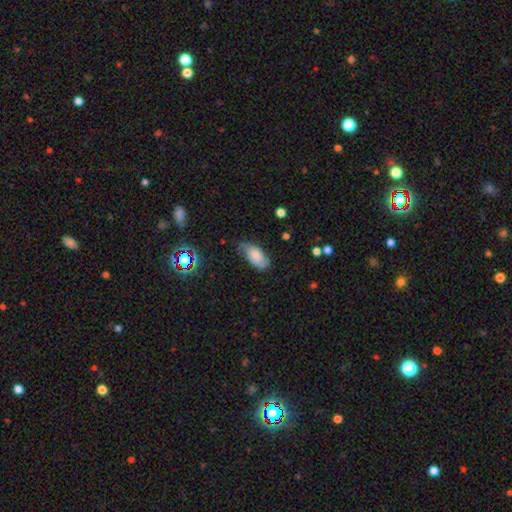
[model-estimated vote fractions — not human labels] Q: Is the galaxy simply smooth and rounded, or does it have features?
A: smooth — 59%.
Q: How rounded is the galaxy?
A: in between — 92%.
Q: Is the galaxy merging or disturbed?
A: none — 58%.